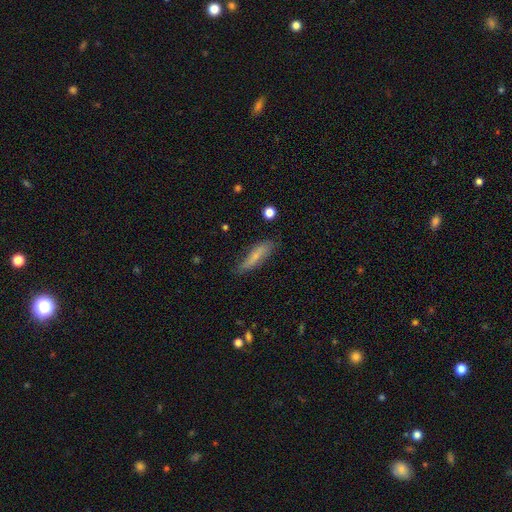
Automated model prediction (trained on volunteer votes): Smooth or featured? Predicted: smooth (p=0.62). How rounded? Predicted: cigar-shaped (p=0.65). Merging? Predicted: none (p=0.70).